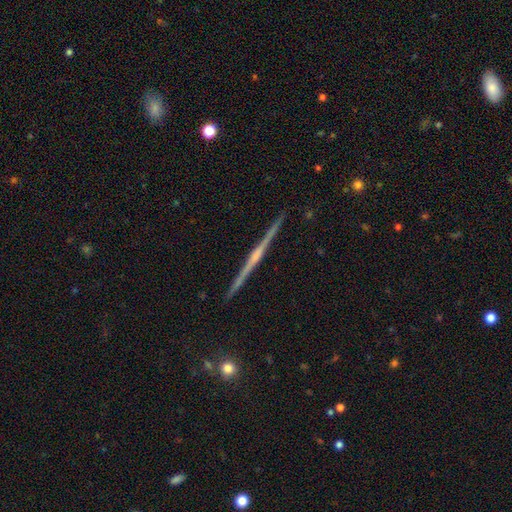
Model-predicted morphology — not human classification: Smooth or featured: featured or disk — 79% (smooth — 13%)
Edge-on disk: yes — 98% (no — 2%)
Edge-on bulge: rounded — 64% (none — 27%)
Merging: none — 91% (minor disturbance — 6%)